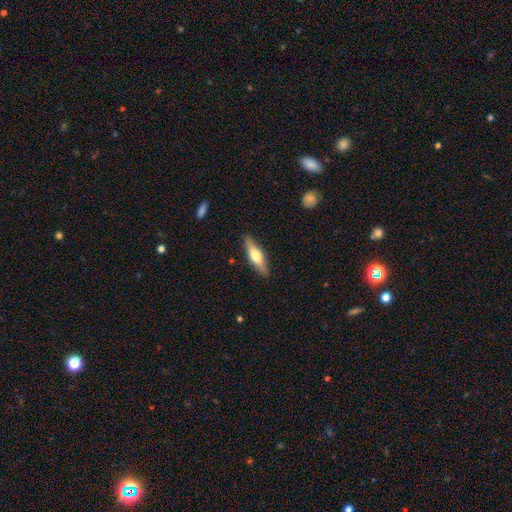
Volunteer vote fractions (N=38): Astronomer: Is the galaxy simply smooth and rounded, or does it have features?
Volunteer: smooth — 50%, tied with featured or disk at 50%.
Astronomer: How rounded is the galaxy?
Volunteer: cigar-shaped — 84%.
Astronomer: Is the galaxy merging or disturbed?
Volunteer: none — 89%.